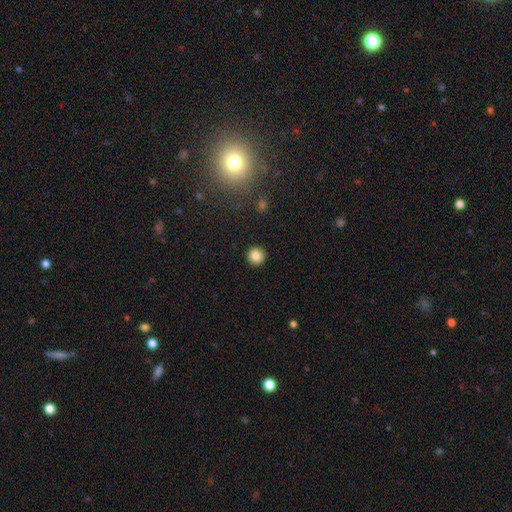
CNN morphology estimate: smooth-or-featured: smooth: 85% | star or artifact: 10% | featured or disk: 5%
  how-rounded: round: 95% | in between: 4% | cigar-shaped: 1%
  merging: none: 93% | minor disturbance: 4% | major disturbance: 2% | merger: 1%